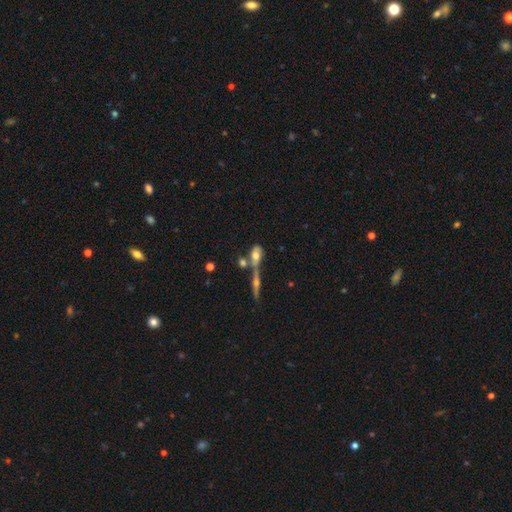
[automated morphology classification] Smooth or featured? Predicted: smooth (p=0.48). Merging? Predicted: merger (p=0.45).